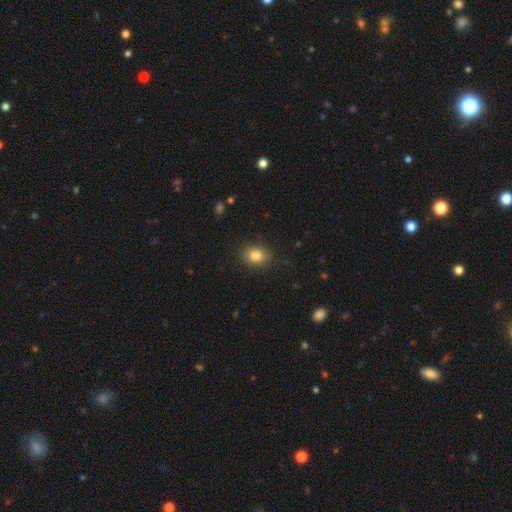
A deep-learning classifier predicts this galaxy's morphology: smooth 83%, star or artifact 10%, featured or disk 7%. Down the decision tree: how rounded — in between (54%); merging — none (86%).